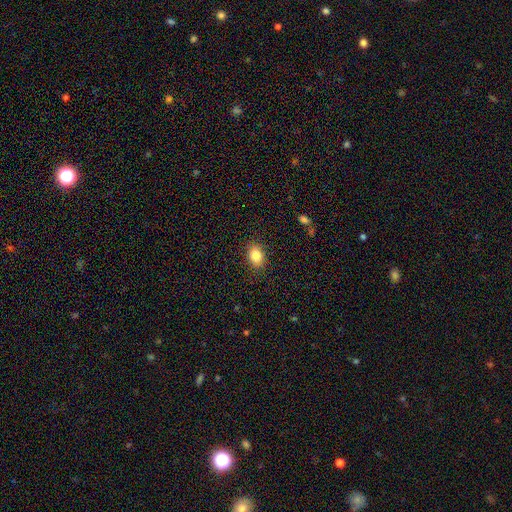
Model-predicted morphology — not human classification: Overall: smooth (84%). How rounded: in between (73%). Merging: none (87%).